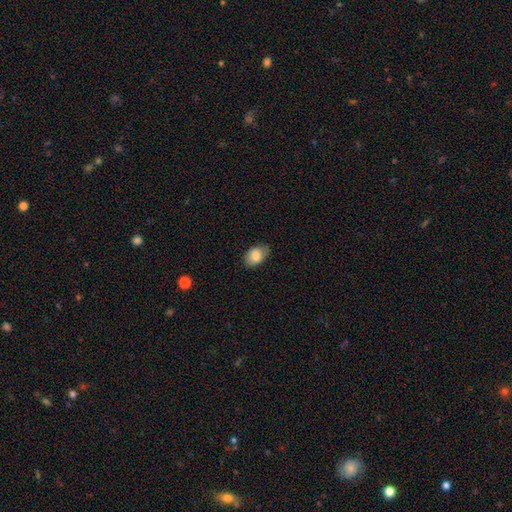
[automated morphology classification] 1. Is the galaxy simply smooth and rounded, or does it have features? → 81% smooth, 11% featured or disk, 7% star or artifact.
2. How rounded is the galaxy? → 87% in between, 12% round, 1% cigar-shaped.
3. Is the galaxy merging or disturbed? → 77% none, 18% minor disturbance, 4% major disturbance, 1% merger.